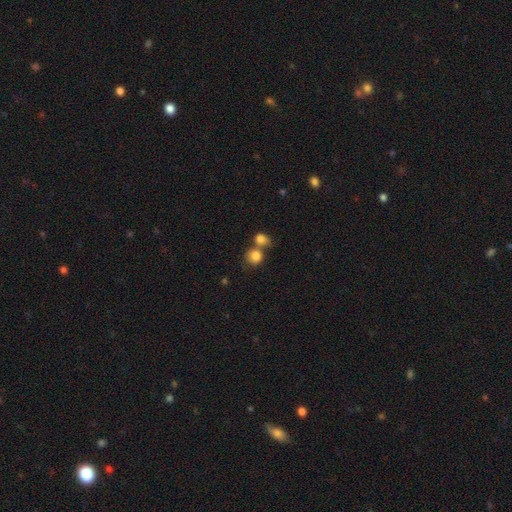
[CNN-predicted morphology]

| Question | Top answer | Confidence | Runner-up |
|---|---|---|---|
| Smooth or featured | smooth | 83% | star or artifact (10%) |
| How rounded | round | 80% | in between (19%) |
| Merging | merger | 46% | none (41%) |